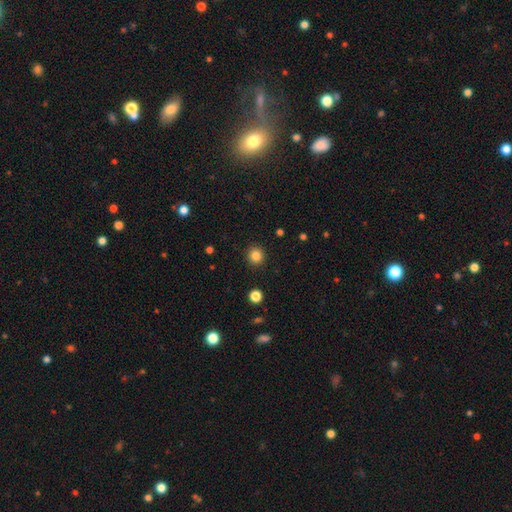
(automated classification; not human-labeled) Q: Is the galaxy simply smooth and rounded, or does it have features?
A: smooth — 84%.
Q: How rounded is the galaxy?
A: round — 92%.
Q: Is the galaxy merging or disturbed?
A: none — 92%.